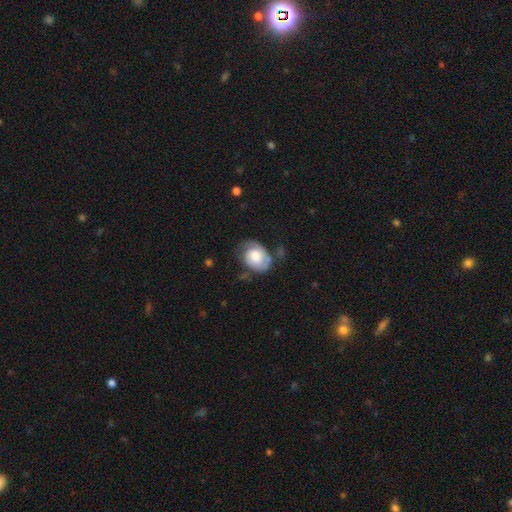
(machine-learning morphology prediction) Smooth or featured?
  - featured or disk: 53% *
  - smooth: 40%
  - star or artifact: 7%
Edge-on disk?
  - no: 97% *
  - yes: 3%
Bar?
  - no: 73% *
  - weak: 23%
  - strong: 4%
Spiral arms?
  - yes: 77% *
  - no: 23%
Bulge size?
  - moderate: 41% *
  - large: 39%
  - small: 11%
  - dominant: 5%
  - none: 4%
Merging?
  - none: 47% *
  - minor disturbance: 30%
  - major disturbance: 18%
  - merger: 5%